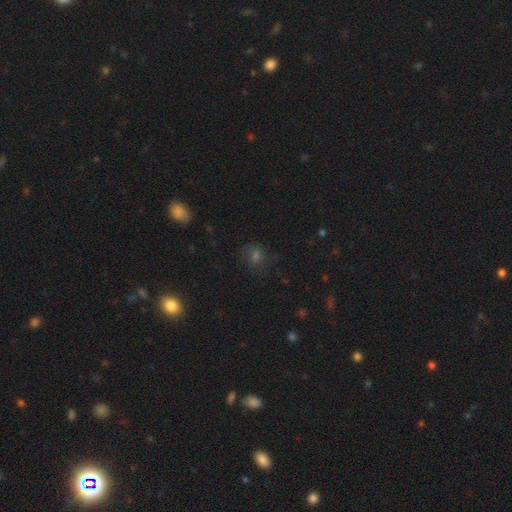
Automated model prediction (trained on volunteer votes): The model was most divided on "smooth or featured": smooth: 56%, star or artifact: 30%, featured or disk: 14%. More confident: merging — none (74%); how rounded — round (70%).